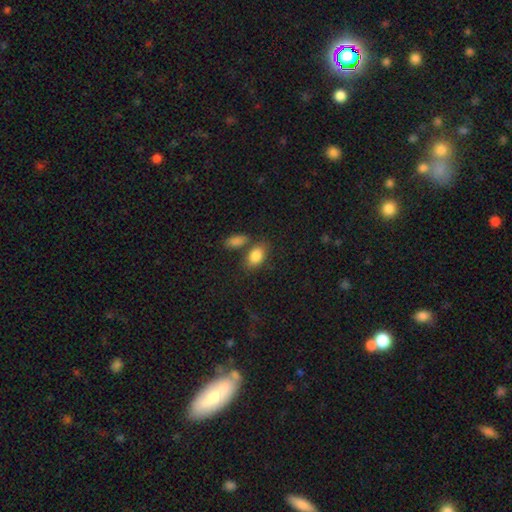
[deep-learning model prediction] The model was most divided on "merging": none: 61%, merger: 21%, minor disturbance: 13%, major disturbance: 4%. More confident: how rounded — in between (88%); smooth or featured — smooth (86%).